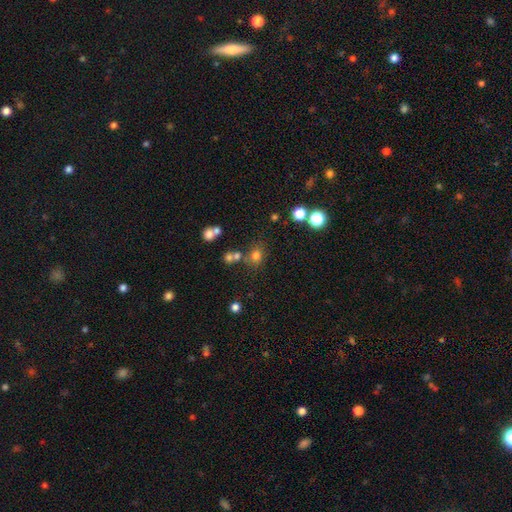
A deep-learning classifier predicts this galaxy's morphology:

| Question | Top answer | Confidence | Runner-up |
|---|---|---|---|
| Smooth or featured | smooth | 71% | star or artifact (20%) |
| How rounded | round | 76% | in between (23%) |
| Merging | none | 67% | merger (16%) |